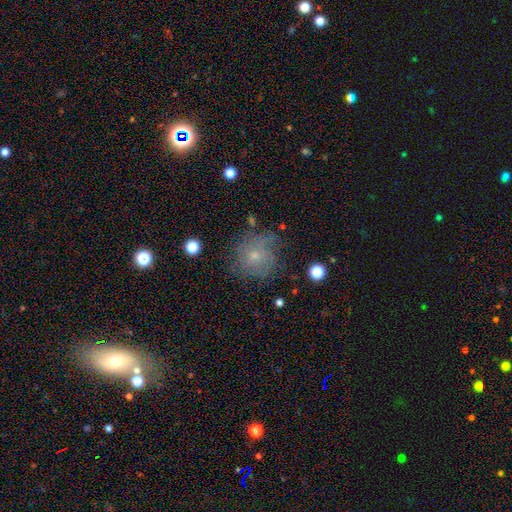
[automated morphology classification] Smooth or featured: smooth — 55% (featured or disk — 31%)
How rounded: round — 86% (in between — 13%)
Merging: none — 61% (minor disturbance — 23%)